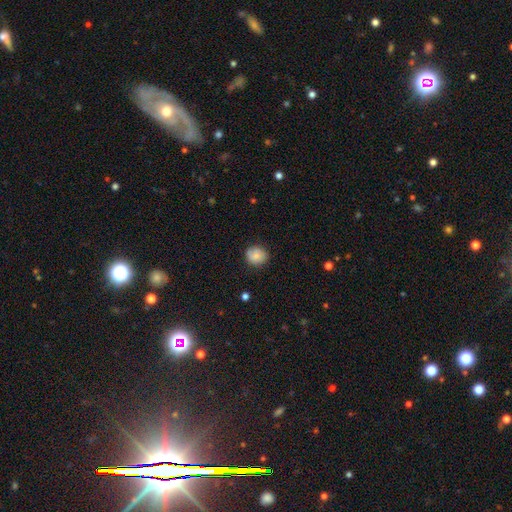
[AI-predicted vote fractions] Q: Smooth or featured?
A: smooth (77%); runner-up: featured or disk (15%)
Q: How rounded?
A: round (82%); runner-up: in between (17%)
Q: Merging?
A: none (81%); runner-up: minor disturbance (15%)